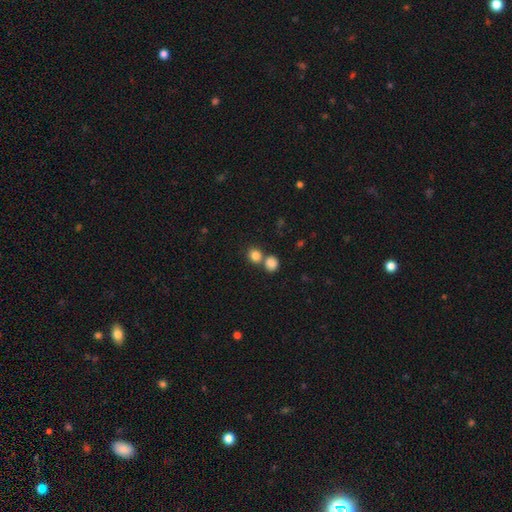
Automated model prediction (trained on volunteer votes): Morphology: type=smooth (84%); roundness=round (82%); merging=none (53%).